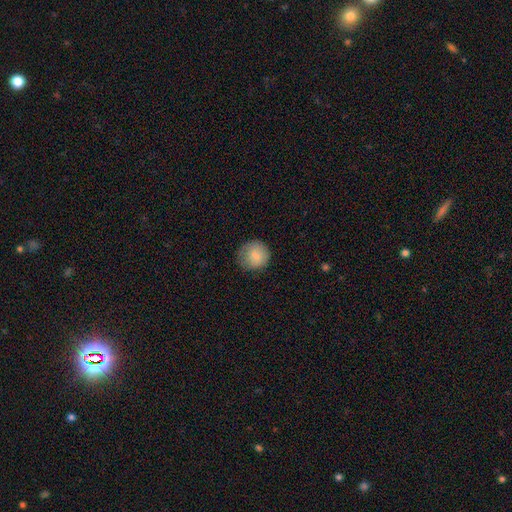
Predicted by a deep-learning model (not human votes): Smooth or featured? Predicted: smooth (p=0.84). How rounded? Predicted: round (p=0.91). Merging? Predicted: none (p=0.75).